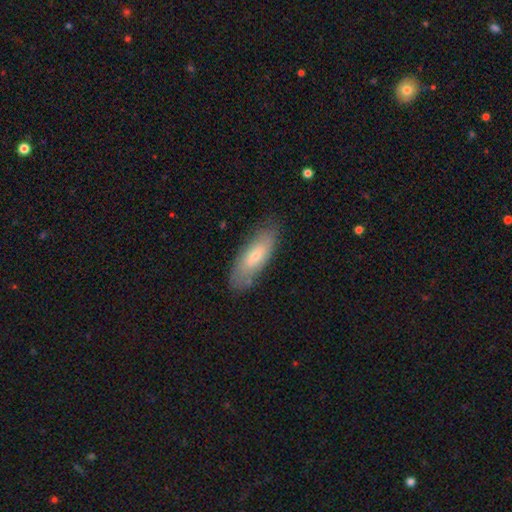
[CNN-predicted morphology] Smooth or featured: smooth — 62% (featured or disk — 32%)
How rounded: in between — 64% (cigar-shaped — 34%)
Merging: none — 80% (minor disturbance — 15%)